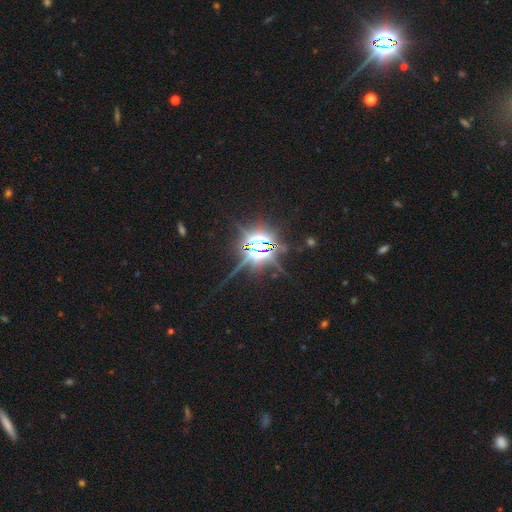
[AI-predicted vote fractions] Q: Smooth or featured?
A: star or artifact (79%); runner-up: featured or disk (14%)